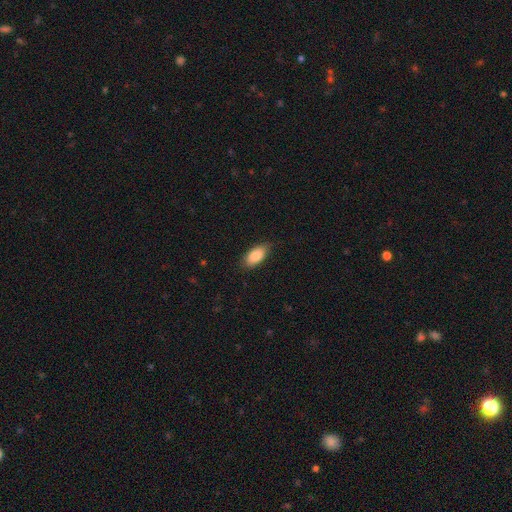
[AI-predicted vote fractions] The model was most divided on "merging": none: 81%, minor disturbance: 15%, major disturbance: 3%, merger: 1%. More confident: how rounded — in between (91%); smooth or featured — smooth (87%).